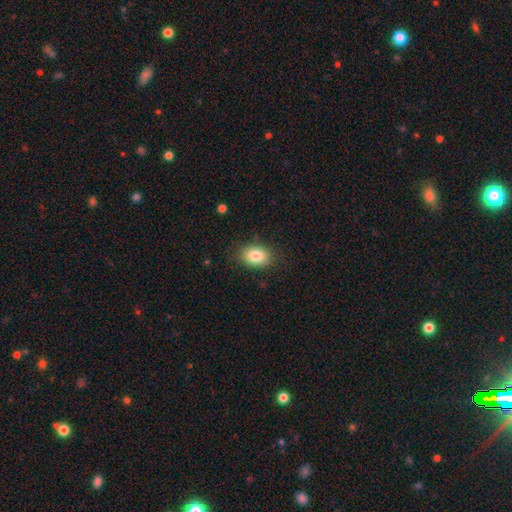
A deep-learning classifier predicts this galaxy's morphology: This appears to be a smooth galaxy with no disk features (84%) that is in between round and cigar-shaped (73%). Merging: none (84%).